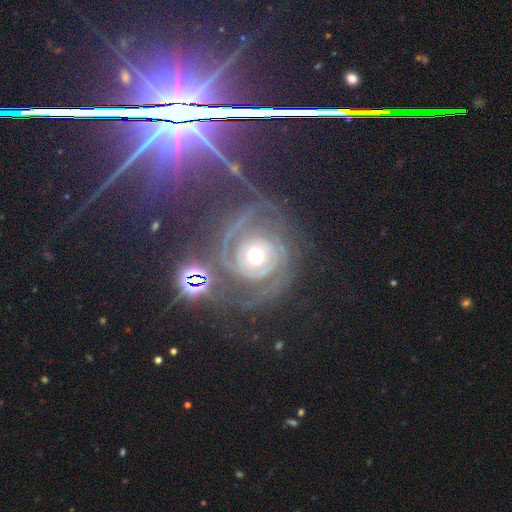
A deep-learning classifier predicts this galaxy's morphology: Overall: featured or disk (86%). Edge-on disk: no (97%). Bar: no (77%). Spiral arms: yes (92%). Spiral arm count: 2 (34%; can't tell 22%). Spiral winding: tight (56%; medium 32%). Bulge size: moderate (69%). Merging: none (52%; major disturbance 24%).